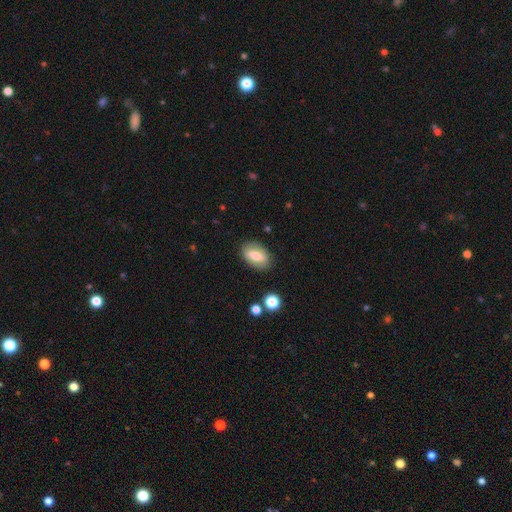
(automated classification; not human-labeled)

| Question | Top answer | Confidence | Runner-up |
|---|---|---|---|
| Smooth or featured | smooth | 61% | featured or disk (31%) |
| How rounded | in between | 87% | round (10%) |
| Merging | none | 83% | minor disturbance (12%) |